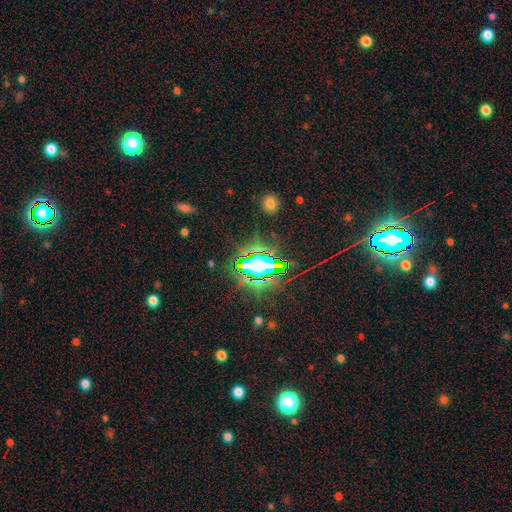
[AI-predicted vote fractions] Q: Smooth or featured?
A: star or artifact (76%); runner-up: smooth (13%)